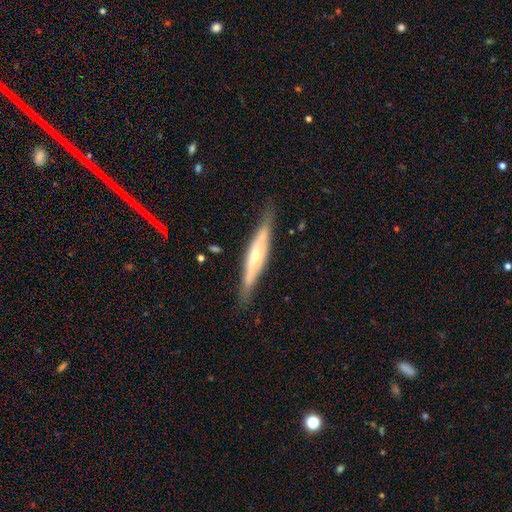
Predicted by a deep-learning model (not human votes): featured or disk 65%, smooth 29%, star or artifact 6%. Down the decision tree: edge-on disk — yes (86%); edge-on bulge — rounded (75%); merging — none (82%).